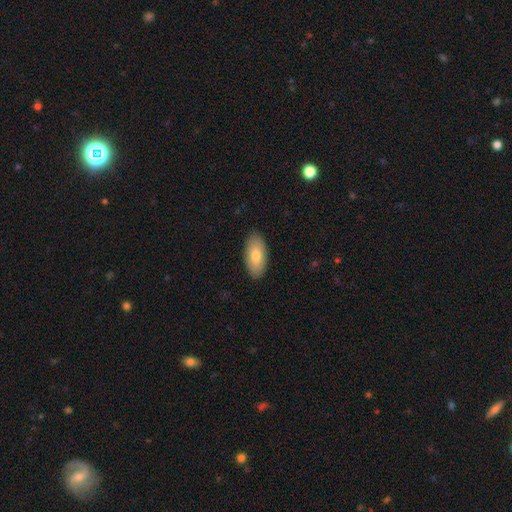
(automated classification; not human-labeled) Smooth or featured? Predicted: smooth (p=0.78). How rounded? Predicted: in between (p=0.93). Merging? Predicted: none (p=0.88).